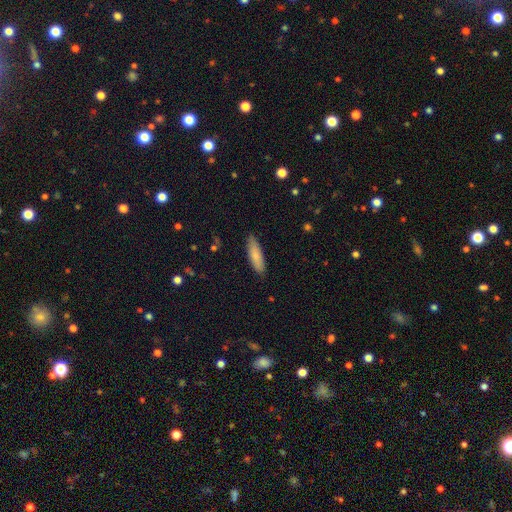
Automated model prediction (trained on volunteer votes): smooth 80%, featured or disk 14%, star or artifact 6%. Down the decision tree: how rounded — cigar-shaped (53%); merging — none (83%).